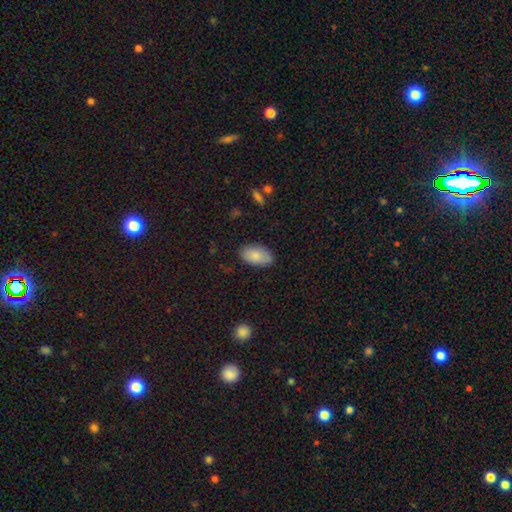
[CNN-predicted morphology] The model was most divided on "merging": none: 84%, minor disturbance: 12%, major disturbance: 3%, merger: 1%. More confident: how rounded — in between (94%); smooth or featured — smooth (84%).